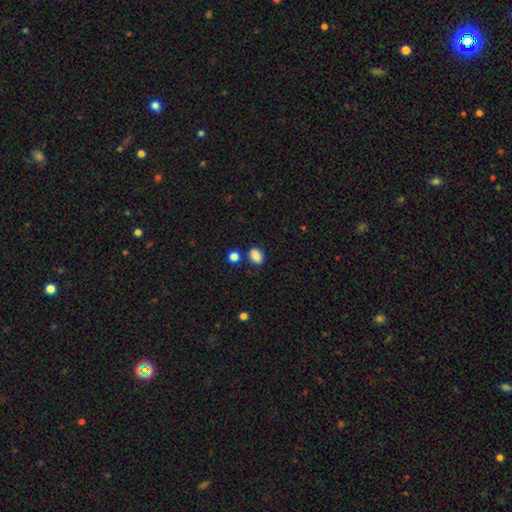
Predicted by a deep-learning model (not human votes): Smooth or featured? Predicted: smooth (p=0.87). How rounded? Predicted: in between (p=0.72). Merging? Predicted: none (p=0.78).